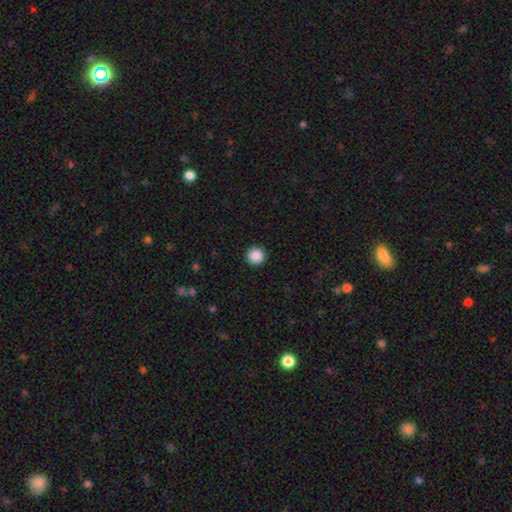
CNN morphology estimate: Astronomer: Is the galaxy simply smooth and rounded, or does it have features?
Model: smooth — 88%.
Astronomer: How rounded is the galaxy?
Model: round — 96%.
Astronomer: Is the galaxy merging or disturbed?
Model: none — 93%.